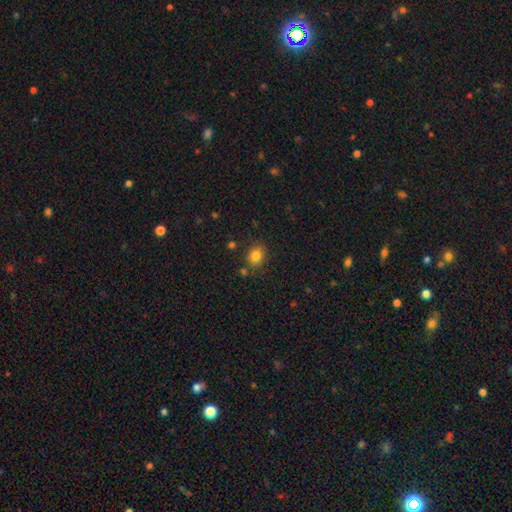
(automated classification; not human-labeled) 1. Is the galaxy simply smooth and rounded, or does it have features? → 82% smooth, 11% star or artifact, 7% featured or disk.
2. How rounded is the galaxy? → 57% round, 42% in between, 1% cigar-shaped.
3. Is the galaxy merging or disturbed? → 81% none, 11% minor disturbance, 5% merger, 3% major disturbance.